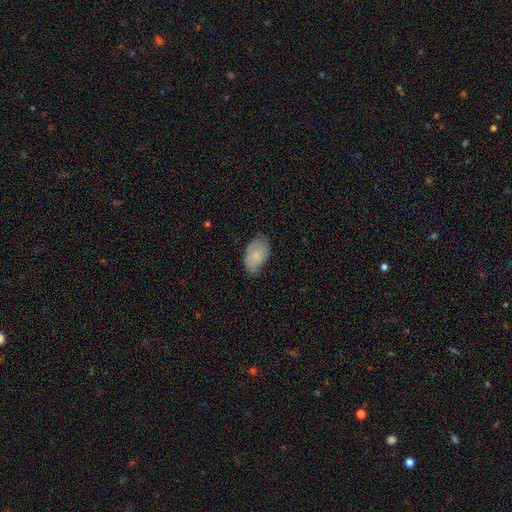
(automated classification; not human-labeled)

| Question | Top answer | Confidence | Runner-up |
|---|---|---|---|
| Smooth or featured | smooth | 71% | featured or disk (22%) |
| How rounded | in between | 91% | round (8%) |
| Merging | none | 56% | minor disturbance (35%) |